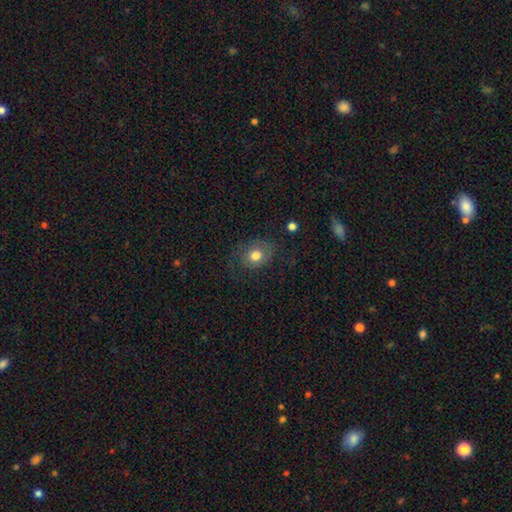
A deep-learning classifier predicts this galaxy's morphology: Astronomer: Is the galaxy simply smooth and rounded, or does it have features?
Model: smooth — 71%.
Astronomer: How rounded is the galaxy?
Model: round — 53% (runner-up: in between, 46%).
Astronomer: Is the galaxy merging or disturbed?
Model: none — 66%.